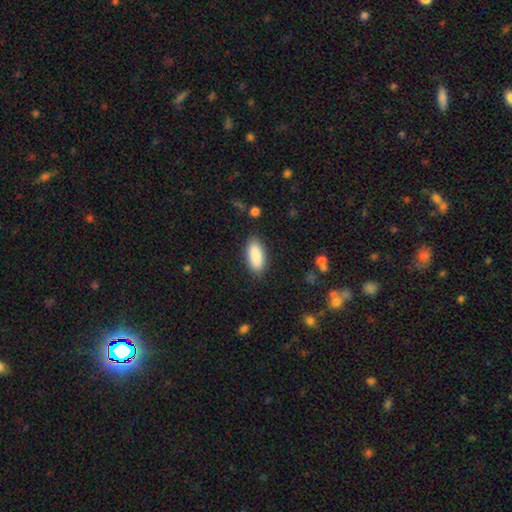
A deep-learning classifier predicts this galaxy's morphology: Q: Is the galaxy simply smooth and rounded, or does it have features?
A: smooth — 89%.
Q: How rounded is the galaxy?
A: in between — 83%.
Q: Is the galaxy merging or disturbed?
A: none — 87%.